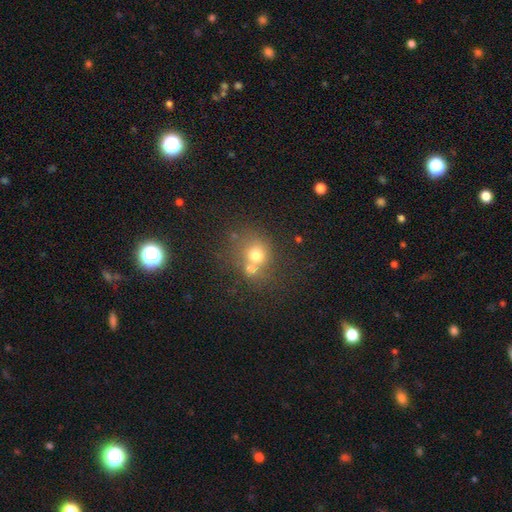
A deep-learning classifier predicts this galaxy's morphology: smooth 67%, featured or disk 18%, star or artifact 15%. Down the decision tree: how rounded — round (73%); merging — merger (43%).